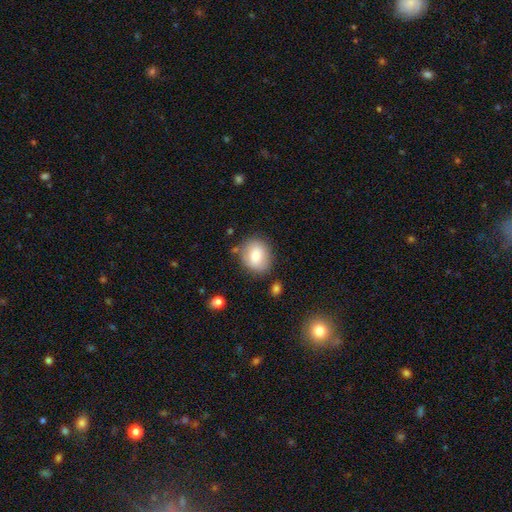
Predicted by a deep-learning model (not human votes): Smooth or featured?
  - smooth: 76% *
  - featured or disk: 15%
  - star or artifact: 8%
How rounded?
  - round: 62% *
  - in between: 37%
  - cigar-shaped: 1%
Merging?
  - none: 77% *
  - minor disturbance: 15%
  - merger: 4%
  - major disturbance: 4%